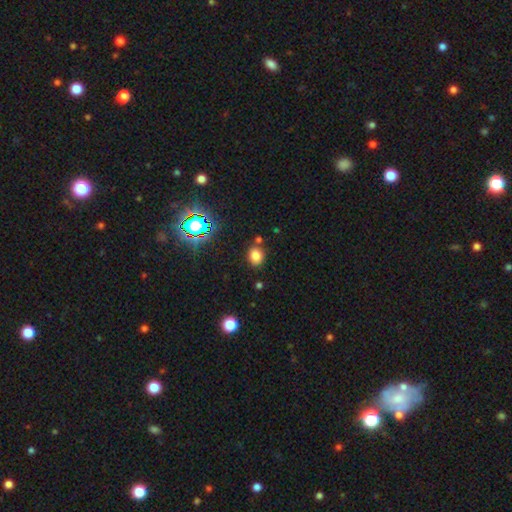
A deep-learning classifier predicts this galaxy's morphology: A smooth galaxy with no disk features (78%) that is round (50%).

Vote fractions:
- Smooth or featured? smooth: 78% / star or artifact: 16% / featured or disk: 6%
- How rounded? round: 50% / in between: 49% / cigar-shaped: 1%
- Merging? none: 78% / minor disturbance: 11% / merger: 8% / major disturbance: 3%